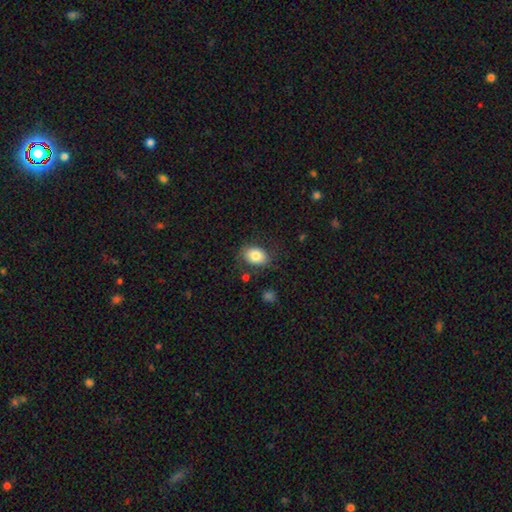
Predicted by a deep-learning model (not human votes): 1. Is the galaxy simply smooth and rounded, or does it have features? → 82% smooth, 10% featured or disk, 8% star or artifact.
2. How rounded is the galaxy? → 74% in between, 25% round, 1% cigar-shaped.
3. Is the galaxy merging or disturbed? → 78% none, 15% minor disturbance, 5% major disturbance, 3% merger.